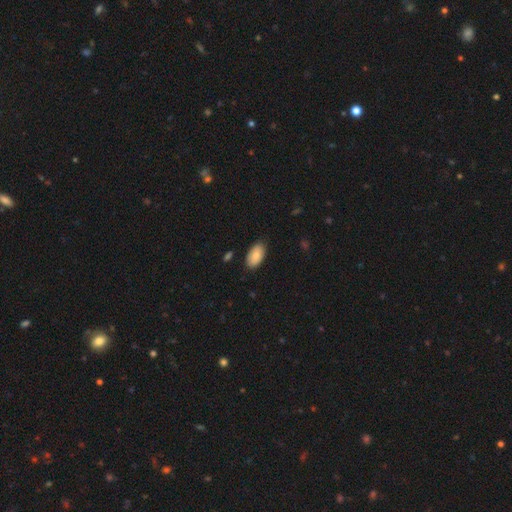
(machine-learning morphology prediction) Smooth or featured?
  - smooth: 83% *
  - featured or disk: 11%
  - star or artifact: 6%
How rounded?
  - in between: 95% *
  - round: 3%
  - cigar-shaped: 2%
Merging?
  - none: 84% *
  - minor disturbance: 13%
  - major disturbance: 2%
  - merger: 1%